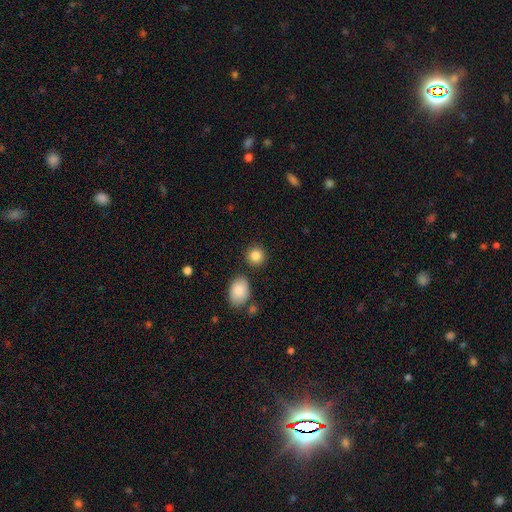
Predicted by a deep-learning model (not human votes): Morphology: type=smooth (85%); roundness=round (86%); merging=none (84%).